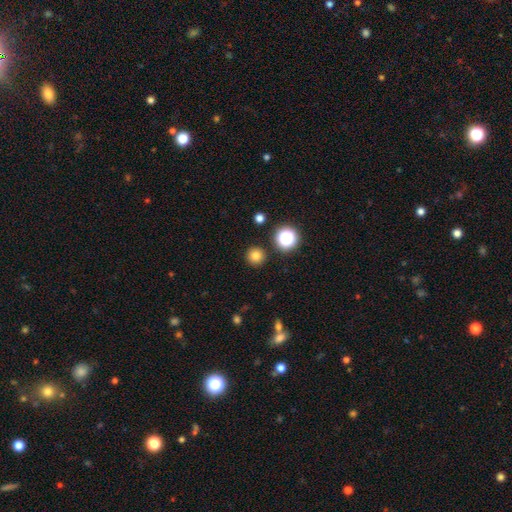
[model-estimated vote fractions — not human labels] smooth_or_featured: smooth (p=0.80) [alt: star or artifact p=0.15]
how_rounded: round (p=0.96) [alt: in between p=0.03]
merging: none (p=0.91) [alt: minor disturbance p=0.05]